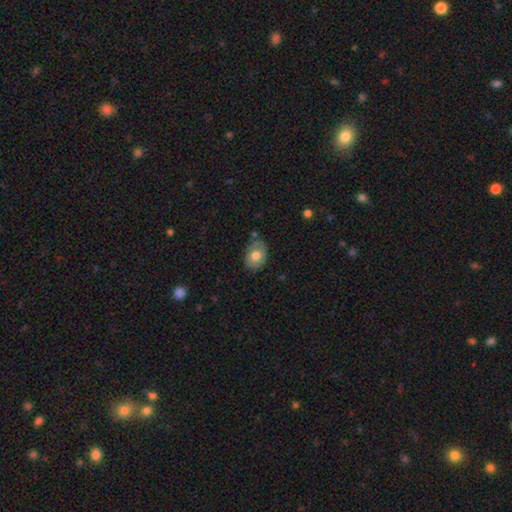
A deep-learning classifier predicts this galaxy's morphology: Overall: smooth (69%). How rounded: in between (76%). Merging: none (72%).